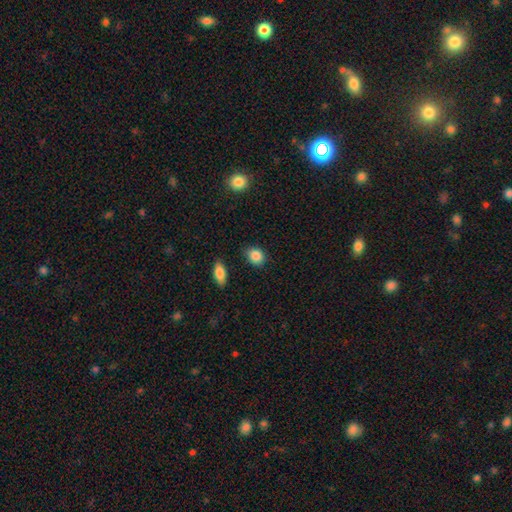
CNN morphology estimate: smooth_or_featured: smooth (p=0.87) [alt: star or artifact p=0.08]
how_rounded: round (p=0.54) [alt: in between p=0.44]
merging: none (p=0.81) [alt: minor disturbance p=0.14]